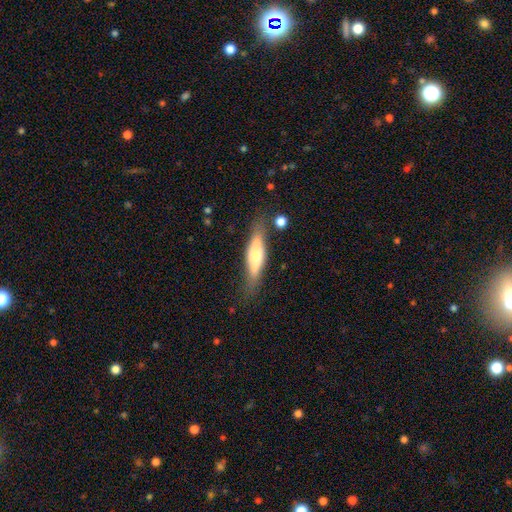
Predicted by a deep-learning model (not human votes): Smooth or featured?
  - smooth: 53% *
  - featured or disk: 41%
  - star or artifact: 6%
How rounded?
  - cigar-shaped: 68% *
  - in between: 30%
  - round: 2%
Merging?
  - none: 72% *
  - minor disturbance: 18%
  - major disturbance: 6%
  - merger: 4%